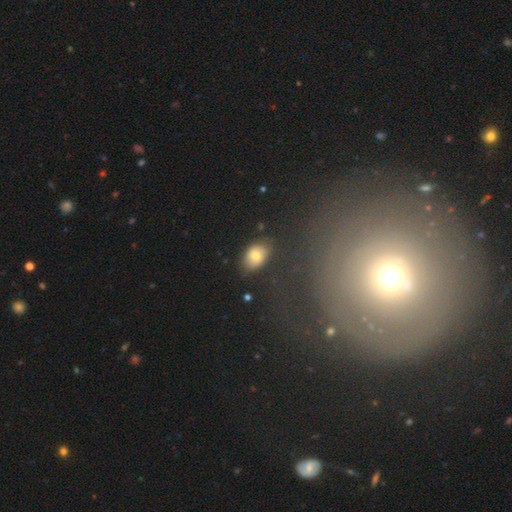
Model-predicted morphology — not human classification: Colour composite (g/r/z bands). It shows a smooth galaxy with no disk features (67%) that is in between round and cigar-shaped (79%). Merging: none (76%).